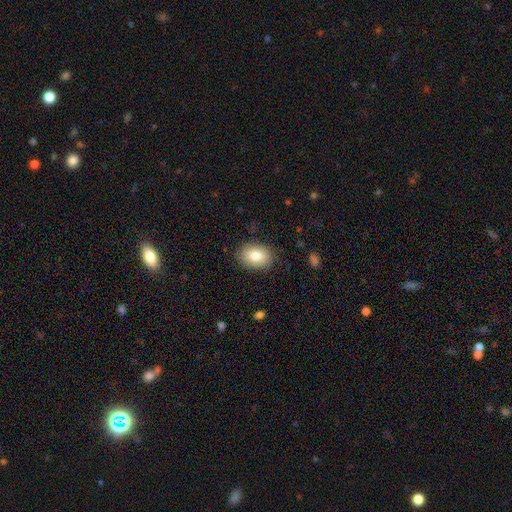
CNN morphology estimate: Smooth or featured? smooth (83%)
How rounded? in between (80%)
Merging? none (86%)